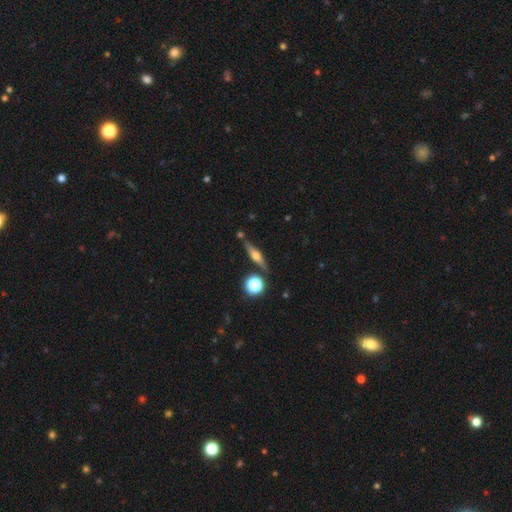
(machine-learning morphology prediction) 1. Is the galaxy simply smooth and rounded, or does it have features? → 68% featured or disk, 23% smooth, 9% star or artifact.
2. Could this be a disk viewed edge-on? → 96% yes, 4% no.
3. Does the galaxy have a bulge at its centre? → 91% rounded, 6% boxy, 3% none.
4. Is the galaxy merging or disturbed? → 82% none, 10% minor disturbance, 6% merger, 3% major disturbance.